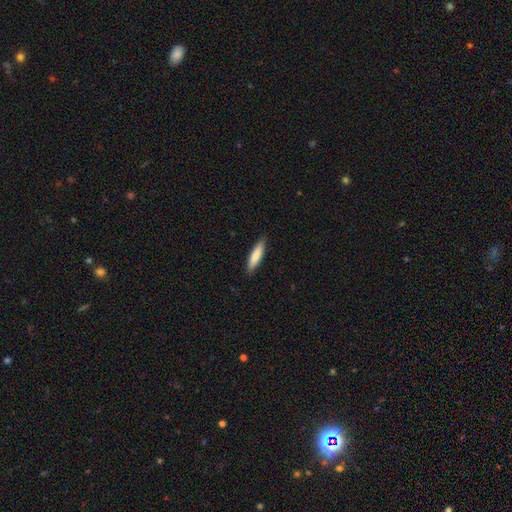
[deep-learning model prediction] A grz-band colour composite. It shows a smooth galaxy with no disk features (79%) that is cigar-shaped (80%). Merging: none (89%).